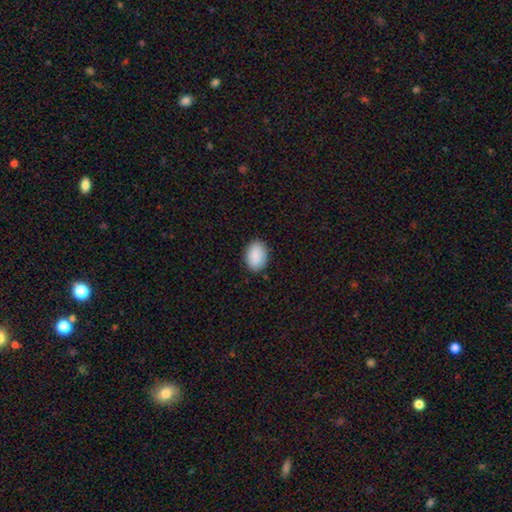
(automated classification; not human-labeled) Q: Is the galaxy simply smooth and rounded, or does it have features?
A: smooth — 89%.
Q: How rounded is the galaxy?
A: in between — 85%.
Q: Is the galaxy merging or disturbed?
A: none — 87%.